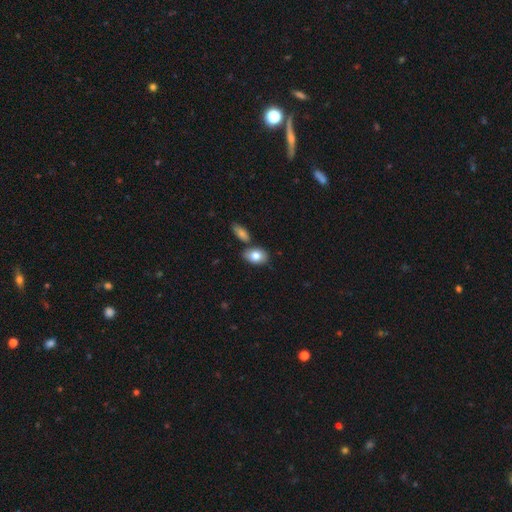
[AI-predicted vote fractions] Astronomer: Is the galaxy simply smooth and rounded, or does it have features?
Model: smooth — 81%.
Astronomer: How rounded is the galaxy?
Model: in between — 85%.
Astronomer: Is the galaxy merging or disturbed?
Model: none — 69%.